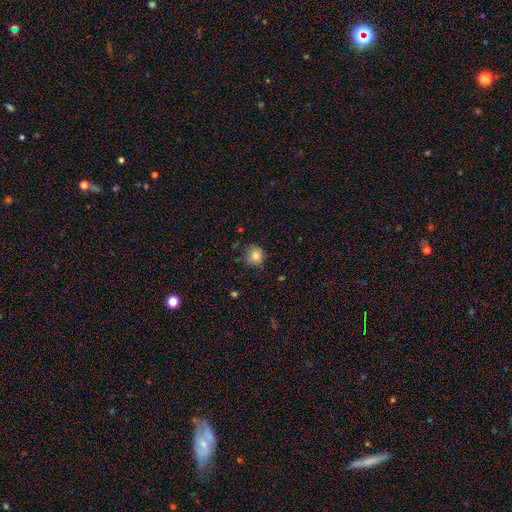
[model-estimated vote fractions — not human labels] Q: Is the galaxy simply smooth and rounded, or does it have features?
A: smooth — 83%.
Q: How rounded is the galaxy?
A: round — 85%.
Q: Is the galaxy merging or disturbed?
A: none — 75%.